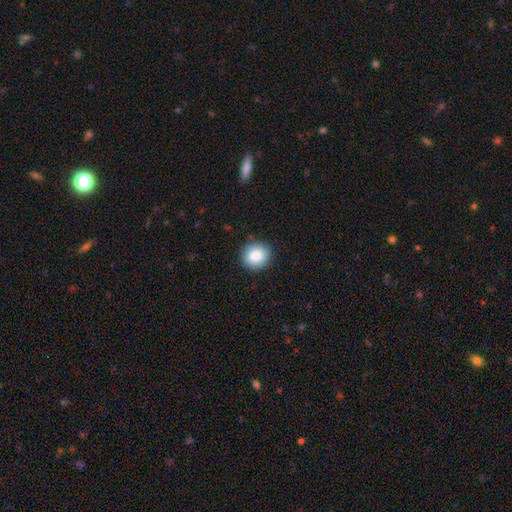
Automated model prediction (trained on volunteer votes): smooth 86%, star or artifact 8%, featured or disk 5%. Down the decision tree: how rounded — round (90%); merging — none (90%).